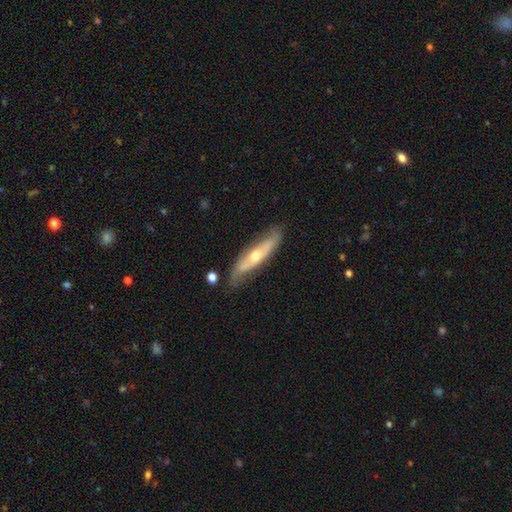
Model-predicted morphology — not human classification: This appears to be a featured or disk galaxy (62%) viewed edge-on (55%). Merging: none (73%).